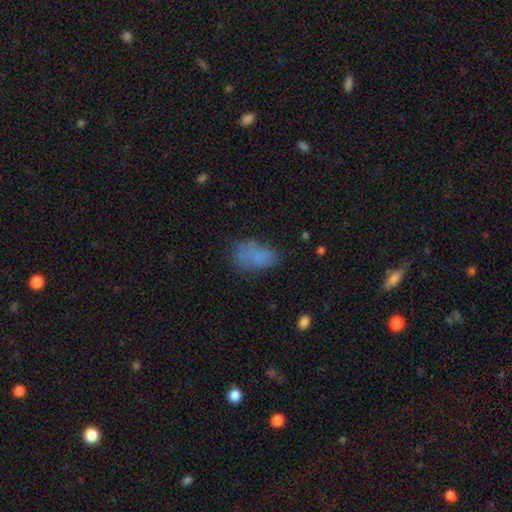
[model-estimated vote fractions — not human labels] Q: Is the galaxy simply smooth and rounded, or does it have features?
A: smooth — 70%.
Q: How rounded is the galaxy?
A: in between — 90%.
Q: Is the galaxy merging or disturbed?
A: none — 49%.